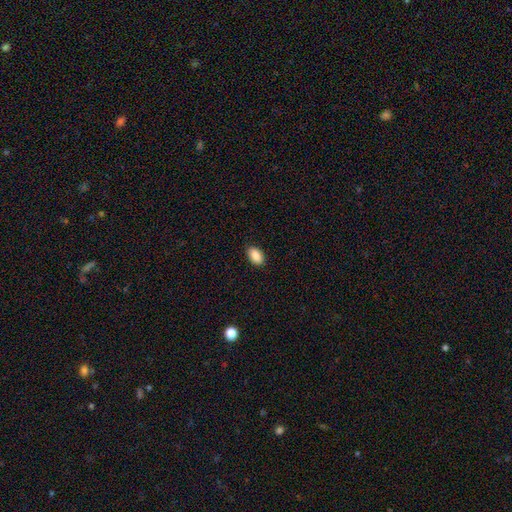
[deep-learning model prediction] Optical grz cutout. It shows a smooth galaxy with no disk features (89%) that is in between round and cigar-shaped (93%). Merging: none (89%).